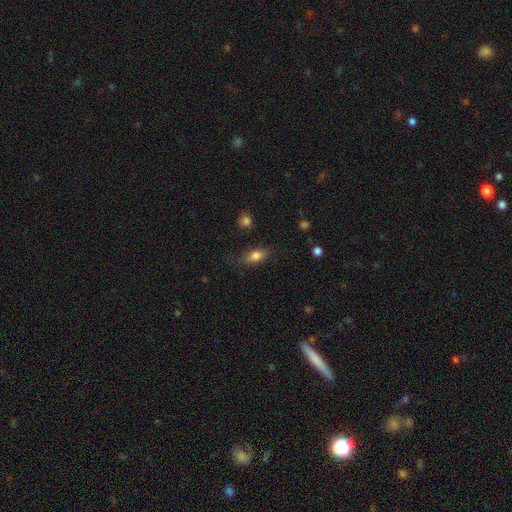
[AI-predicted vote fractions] Smooth or featured? smooth (79%)
How rounded? in between (81%)
Merging? none (77%)